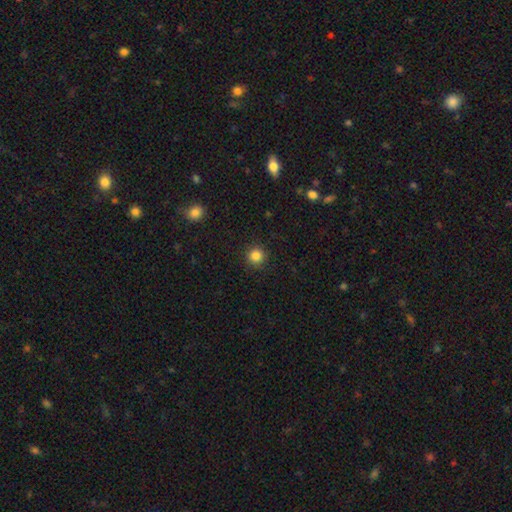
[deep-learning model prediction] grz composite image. It shows a smooth galaxy with no disk features (84%) that is round (95%). Merging: none (92%).